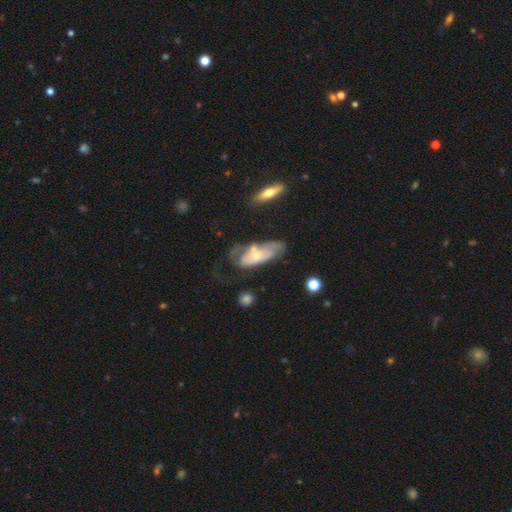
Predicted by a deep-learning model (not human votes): This is possibly a featured or disk galaxy (55%). It is clearly not viewed edge-on (84%). Merging: marginally none (31%).